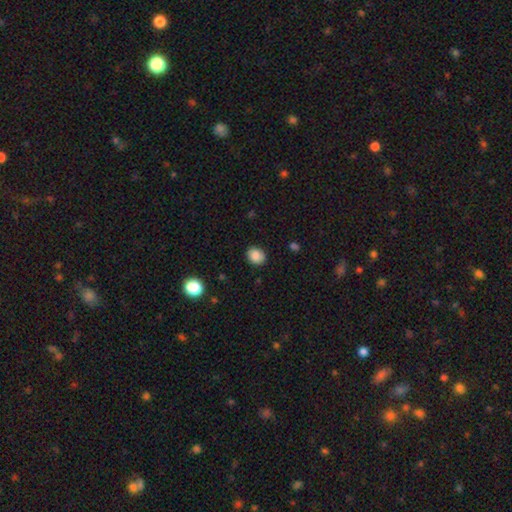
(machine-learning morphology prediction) smooth-or-featured: smooth: 85% | star or artifact: 9% | featured or disk: 5%
  how-rounded: round: 58% | in between: 41% | cigar-shaped: 1%
  merging: none: 87% | minor disturbance: 10% | major disturbance: 2% | merger: 1%